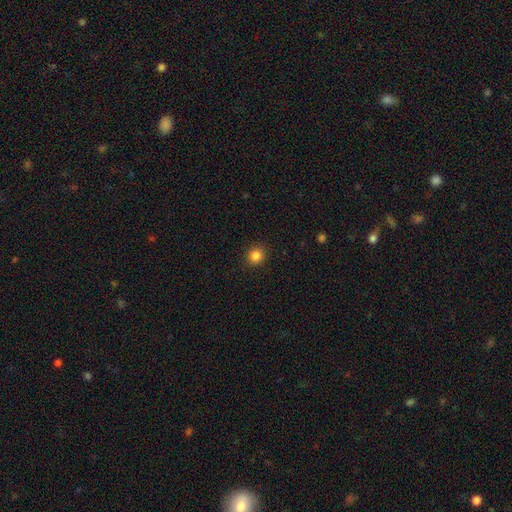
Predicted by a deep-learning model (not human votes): smooth-or-featured: smooth: 84% | star or artifact: 11% | featured or disk: 4%
  how-rounded: round: 85% | in between: 14% | cigar-shaped: 1%
  merging: none: 91% | minor disturbance: 6% | major disturbance: 2% | merger: 1%